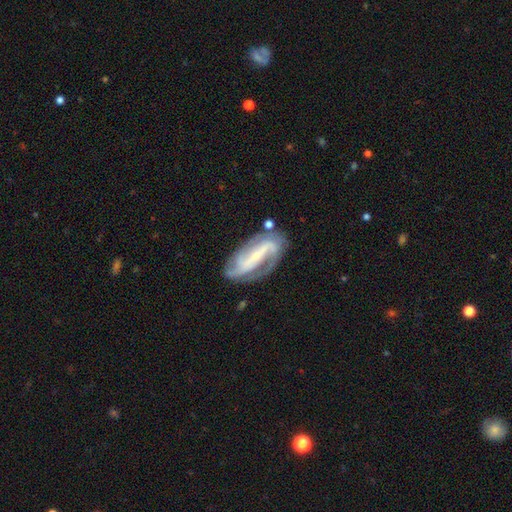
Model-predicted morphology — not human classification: smooth-or-featured: featured or disk: 85% | smooth: 9% | star or artifact: 6%
  disk-edge-on: no: 94% | yes: 6%
    bar: strong: 47% | weak: 30% | no: 23%
    has-spiral-arms: yes: 96% | no: 4%
      spiral-winding: medium: 43% | tight: 35% | loose: 22%
      spiral-arm-count: 2: 58% | 3: 17% | can't tell: 13% | 4: 5% | 1: 4% | more than 4: 3%
    bulge-size: small: 70% | moderate: 21% | none: 6% | large: 2% | dominant: 1%
  merging: none: 71% | minor disturbance: 18% | major disturbance: 8% | merger: 3%